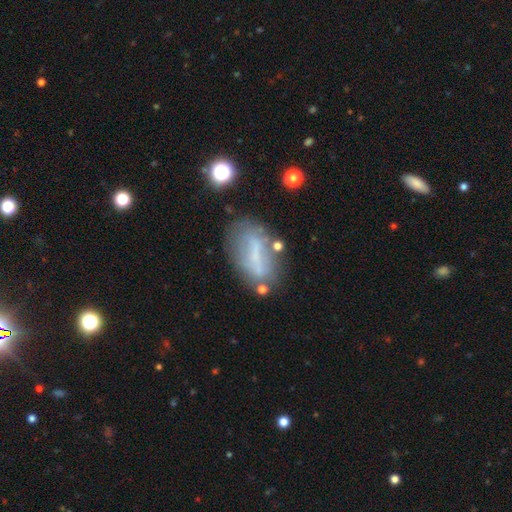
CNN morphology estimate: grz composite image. It shows a featured or disk galaxy (48%). Merging: none (59%).